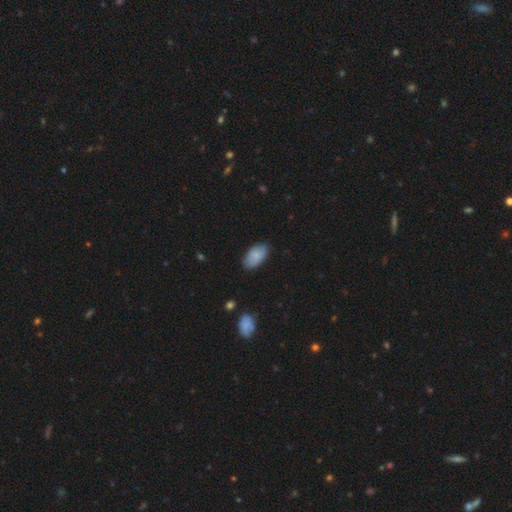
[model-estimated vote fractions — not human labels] This is clearly a smooth galaxy (85%). How rounded: clearly in between (94%). Merging: likely none (77%).